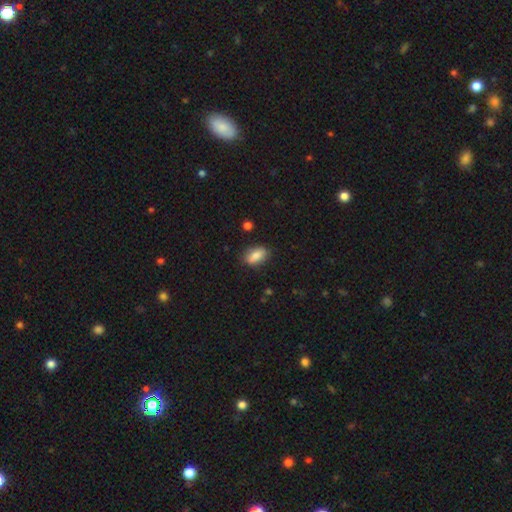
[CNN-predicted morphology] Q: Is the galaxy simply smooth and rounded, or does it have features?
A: smooth — 84%.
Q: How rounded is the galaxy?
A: in between — 88%.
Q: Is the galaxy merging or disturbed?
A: none — 80%.